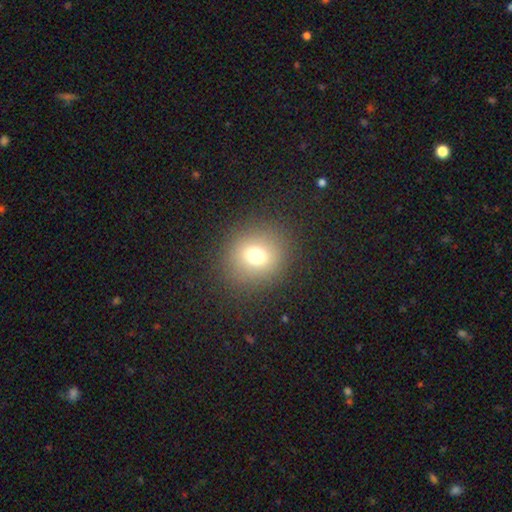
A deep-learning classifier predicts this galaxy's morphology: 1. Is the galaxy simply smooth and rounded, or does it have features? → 72% smooth, 17% star or artifact, 11% featured or disk.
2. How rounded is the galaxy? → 81% round, 18% in between, 1% cigar-shaped.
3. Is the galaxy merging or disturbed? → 88% none, 7% minor disturbance, 4% major disturbance, 1% merger.